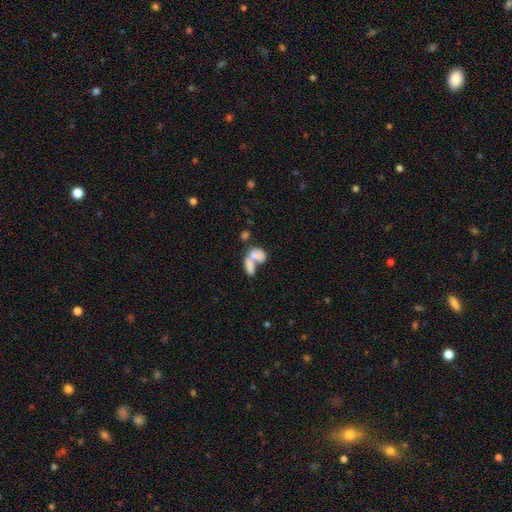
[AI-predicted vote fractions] Smooth or featured? smooth (71%)
How rounded? in between (84%)
Merging? merger (70%)